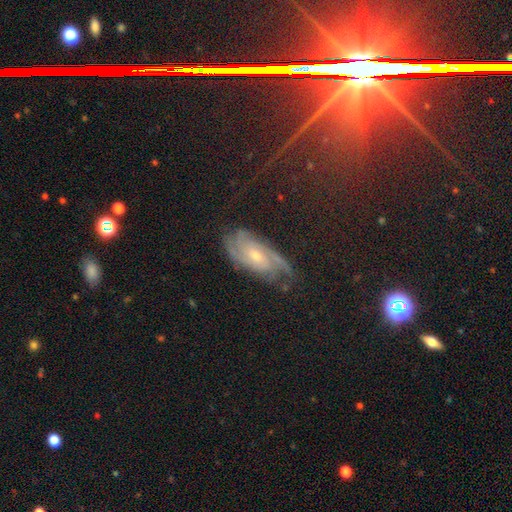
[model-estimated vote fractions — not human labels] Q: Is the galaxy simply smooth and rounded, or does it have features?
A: featured or disk — 74%.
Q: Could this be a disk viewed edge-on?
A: no — 94%.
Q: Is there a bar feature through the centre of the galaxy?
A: no — 57%.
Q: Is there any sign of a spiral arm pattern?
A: yes — 95%.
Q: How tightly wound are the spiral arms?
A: tight — 58%.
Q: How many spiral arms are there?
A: can't tell — 31%.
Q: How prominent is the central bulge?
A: small — 49%.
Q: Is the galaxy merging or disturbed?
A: none — 71%.